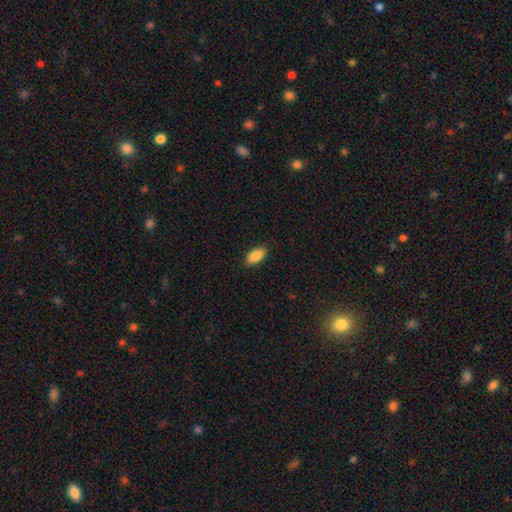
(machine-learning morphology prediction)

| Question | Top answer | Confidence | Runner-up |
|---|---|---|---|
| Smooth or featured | smooth | 89% | star or artifact (7%) |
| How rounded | in between | 92% | cigar-shaped (5%) |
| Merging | none | 88% | minor disturbance (9%) |